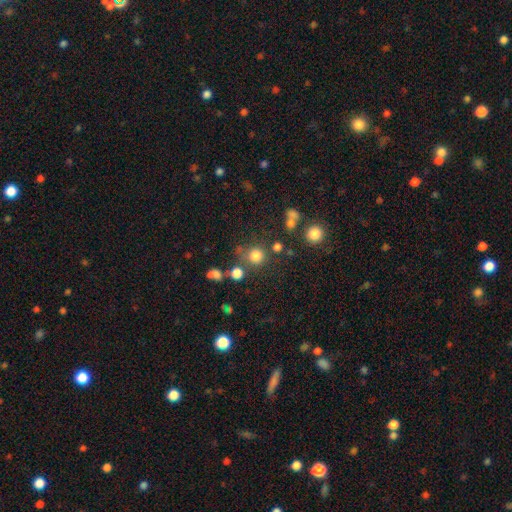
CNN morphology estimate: smooth 76%, star or artifact 17%, featured or disk 7%. Down the decision tree: how rounded — round (89%); merging — none (67%).